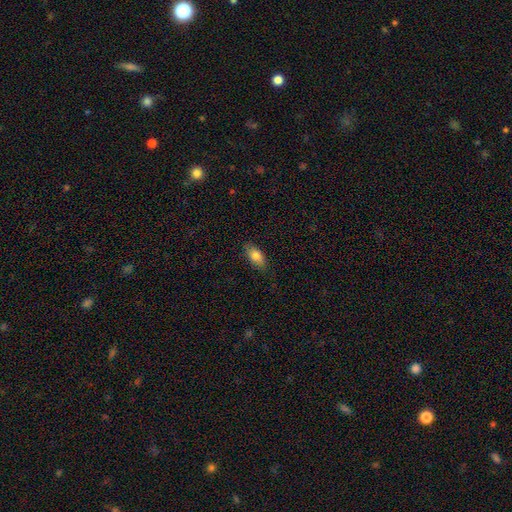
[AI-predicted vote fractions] Smooth or featured? Predicted: smooth (p=0.81). How rounded? Predicted: in between (p=0.88). Merging? Predicted: none (p=0.83).